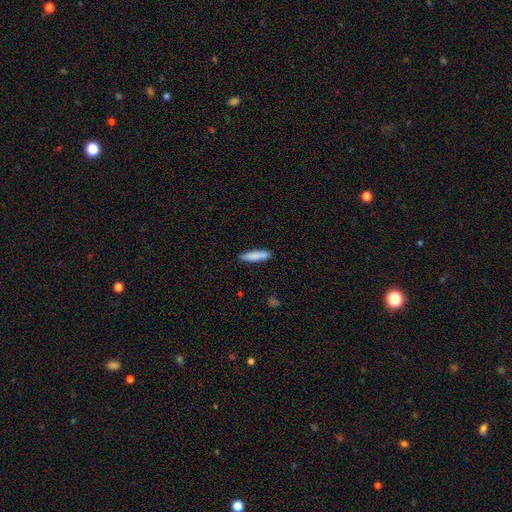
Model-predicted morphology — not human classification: Smooth or featured? Predicted: smooth (p=0.85). How rounded? Predicted: cigar-shaped (p=0.80). Merging? Predicted: none (p=0.88).